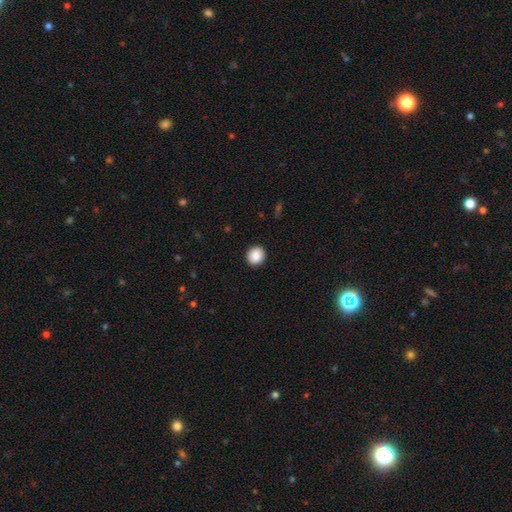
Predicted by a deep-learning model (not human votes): A smooth galaxy with no disk features (88%) that is round (83%). Merging: none (91%).